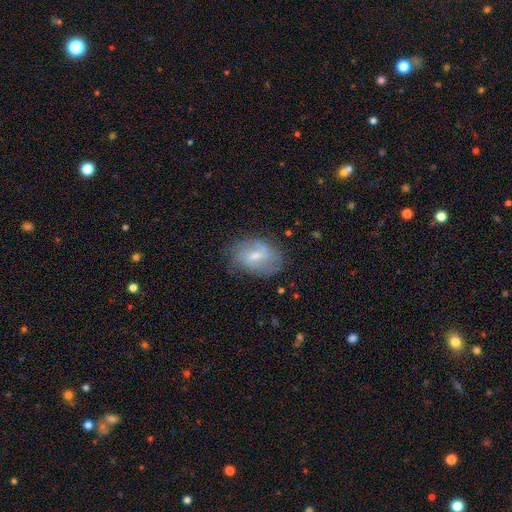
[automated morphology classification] Smooth or featured: featured or disk — 64% (smooth — 29%)
Edge-on disk: no — 96% (yes — 4%)
Bar: weak — 59% (no — 25%)
Spiral arms: yes — 81% (no — 19%)
Bulge size: moderate — 47% (small — 45%)
Merging: none — 66% (minor disturbance — 23%)